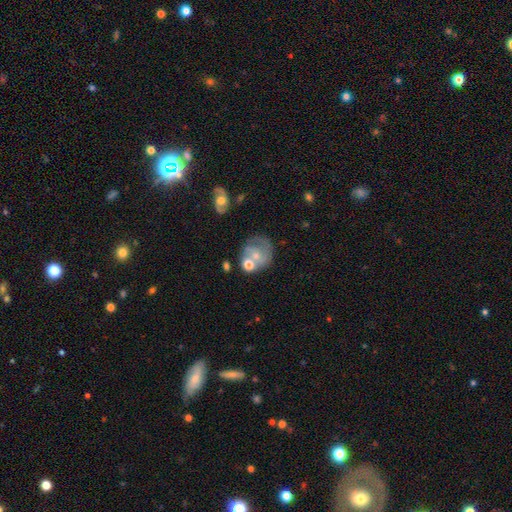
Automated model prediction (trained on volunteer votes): Smooth or featured: featured or disk — 48% (smooth — 44%)
Merging: none — 43% (minor disturbance — 21%)